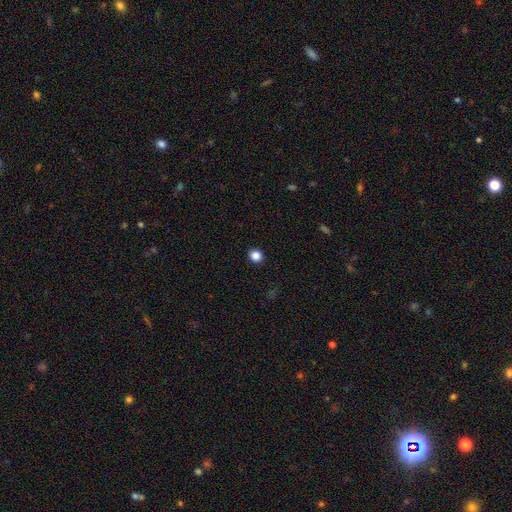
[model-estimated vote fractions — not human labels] This appears to be a smooth galaxy with no disk features (85%) that is round (85%). Merging: none (93%).